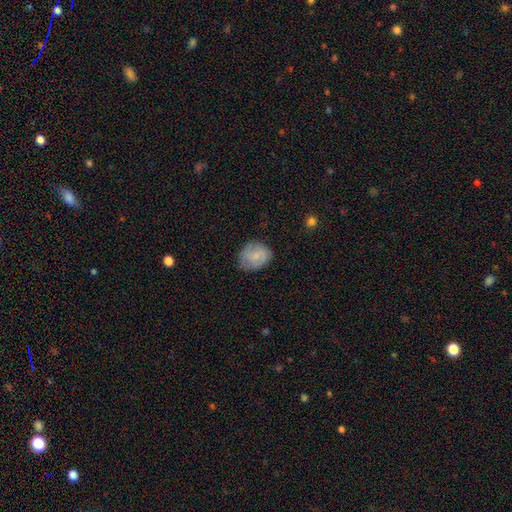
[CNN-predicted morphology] The model was most divided on "how rounded": round: 58%, in between: 41%, cigar-shaped: 1%. More confident: smooth or featured — smooth (74%); merging — none (72%).